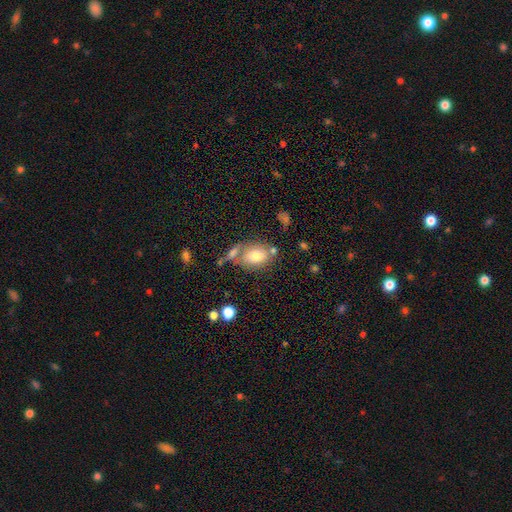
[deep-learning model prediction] Q: Smooth or featured?
A: smooth (74%); runner-up: featured or disk (17%)
Q: How rounded?
A: in between (72%); runner-up: round (26%)
Q: Merging?
A: none (53%); runner-up: merger (24%)